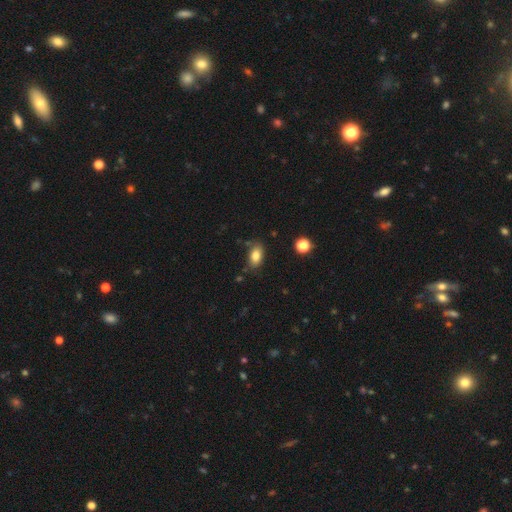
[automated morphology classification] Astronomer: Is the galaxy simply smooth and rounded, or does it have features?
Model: smooth — 83%.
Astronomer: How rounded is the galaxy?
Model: in between — 89%.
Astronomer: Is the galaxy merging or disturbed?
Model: none — 76%.